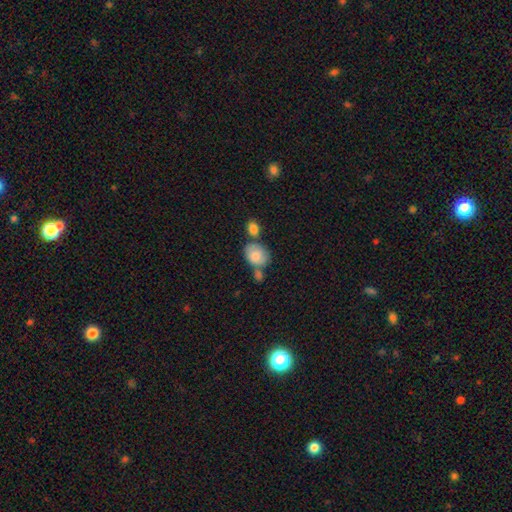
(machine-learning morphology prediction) smooth-or-featured: smooth: 80% | featured or disk: 13% | star or artifact: 7%
  how-rounded: in between: 53% | round: 45% | cigar-shaped: 1%
  merging: none: 42% | merger: 33% | minor disturbance: 18% | major disturbance: 7%